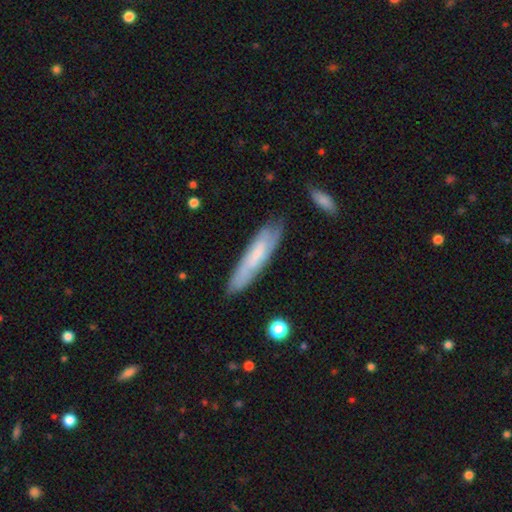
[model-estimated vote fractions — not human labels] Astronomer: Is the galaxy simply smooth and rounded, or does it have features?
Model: smooth — 54% (runner-up: featured or disk, 39%).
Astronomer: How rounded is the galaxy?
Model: cigar-shaped — 80%.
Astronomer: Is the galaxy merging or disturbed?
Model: none — 76%.